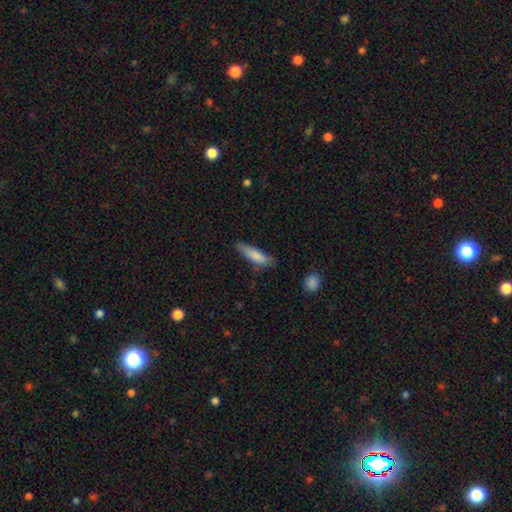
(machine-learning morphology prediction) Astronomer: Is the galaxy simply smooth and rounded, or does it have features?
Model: smooth — 81%.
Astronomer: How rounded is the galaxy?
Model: cigar-shaped — 63%.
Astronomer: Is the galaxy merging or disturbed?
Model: none — 60%.